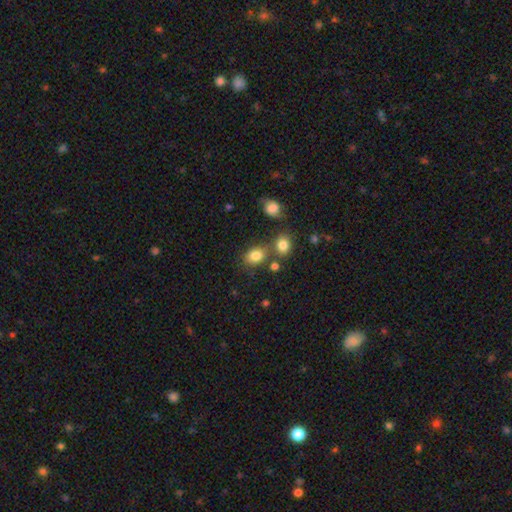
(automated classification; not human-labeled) Smooth or featured: smooth — 81% (star or artifact — 12%)
How rounded: in between — 61% (round — 38%)
Merging: none — 63% (merger — 18%)